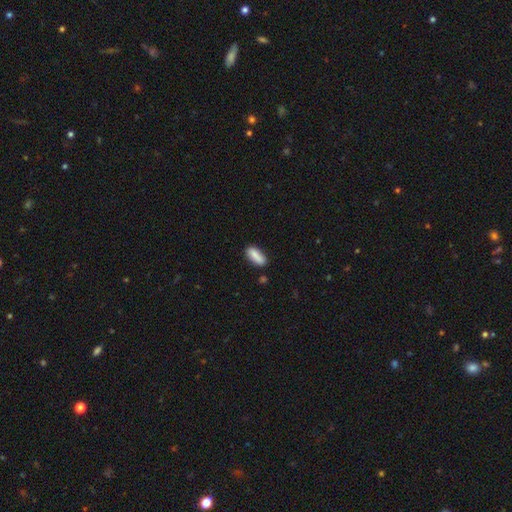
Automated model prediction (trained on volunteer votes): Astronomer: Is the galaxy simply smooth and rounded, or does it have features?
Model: smooth — 85%.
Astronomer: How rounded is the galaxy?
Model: in between — 73%.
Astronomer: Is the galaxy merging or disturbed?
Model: none — 81%.